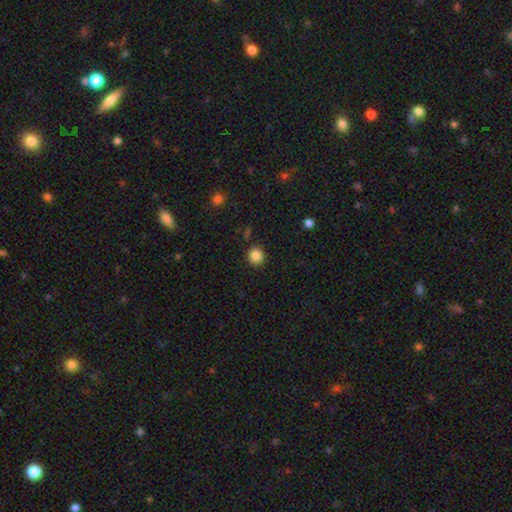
Overall: smooth (97%). How rounded: round (92%). Merging: none (92%).